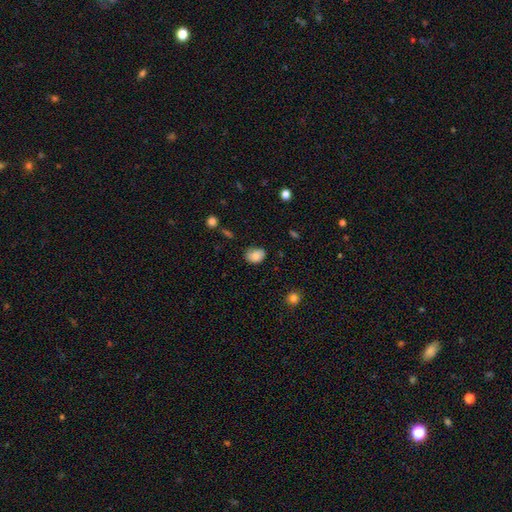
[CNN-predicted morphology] smooth 83%, star or artifact 9%, featured or disk 8%. Down the decision tree: how rounded — in between (68%); merging — none (66%).